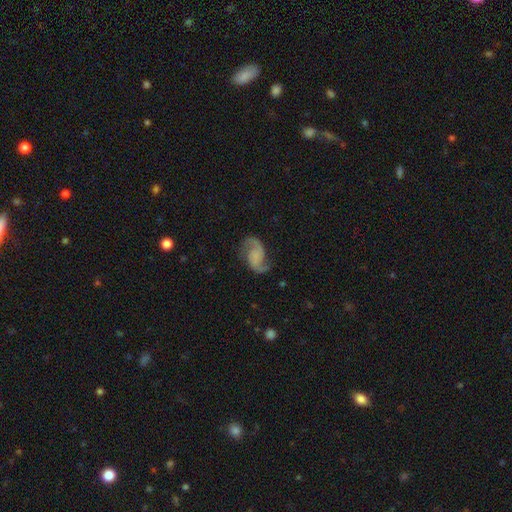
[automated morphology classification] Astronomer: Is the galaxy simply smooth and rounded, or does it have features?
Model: featured or disk — 87%.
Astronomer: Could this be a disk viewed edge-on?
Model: no — 98%.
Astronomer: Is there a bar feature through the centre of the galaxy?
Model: no — 61%.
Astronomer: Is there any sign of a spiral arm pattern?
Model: yes — 97%.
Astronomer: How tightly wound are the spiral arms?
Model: loose — 45% (runner-up: medium, 44%).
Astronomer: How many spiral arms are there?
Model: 2 — 94%.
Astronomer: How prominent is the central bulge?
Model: none — 59%.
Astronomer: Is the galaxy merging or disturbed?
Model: none — 77%.